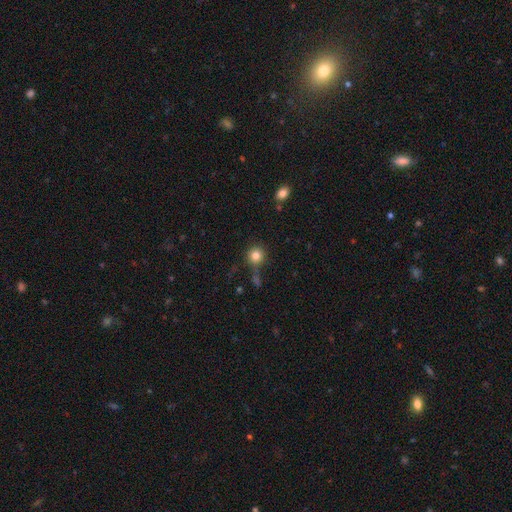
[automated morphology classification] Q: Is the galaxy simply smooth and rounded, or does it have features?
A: smooth — 81%.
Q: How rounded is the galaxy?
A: round — 92%.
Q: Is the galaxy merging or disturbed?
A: none — 74%.